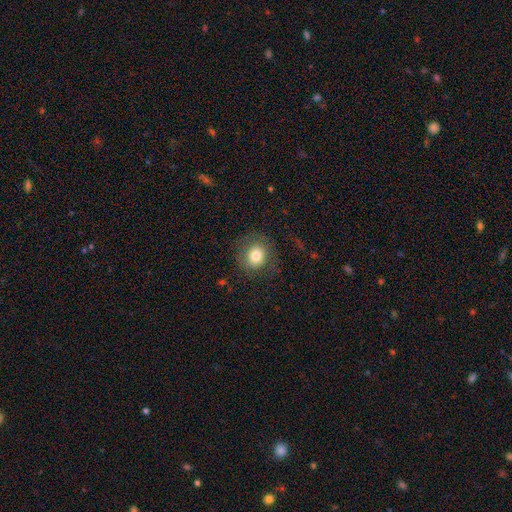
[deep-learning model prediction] smooth 78%, featured or disk 12%, star or artifact 10%. Down the decision tree: how rounded — round (81%); merging — none (78%).